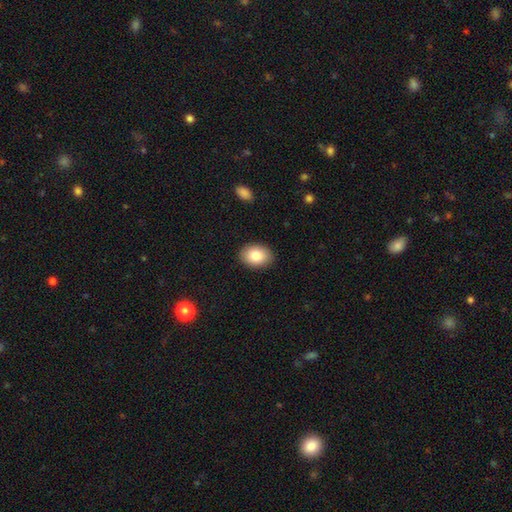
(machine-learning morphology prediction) Smooth or featured? smooth (84%)
How rounded? in between (79%)
Merging? none (89%)